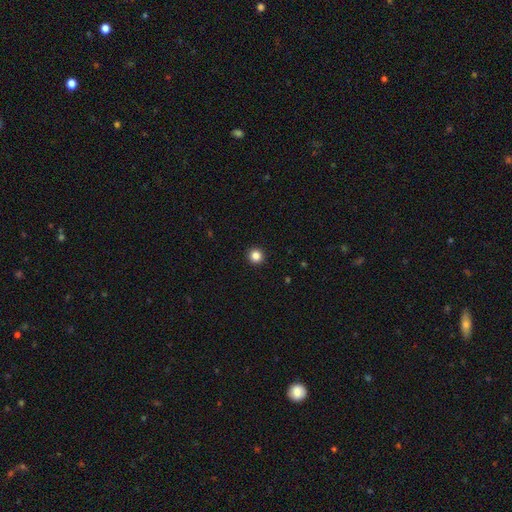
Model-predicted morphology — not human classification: Smooth or featured?
  - smooth: 85% *
  - star or artifact: 11%
  - featured or disk: 3%
How rounded?
  - round: 95% *
  - in between: 4%
  - cigar-shaped: 1%
Merging?
  - none: 94% *
  - minor disturbance: 4%
  - major disturbance: 1%
  - merger: 1%